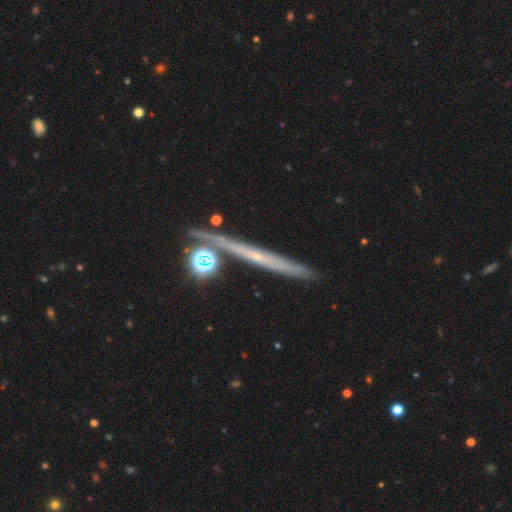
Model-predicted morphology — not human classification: A featured or disk galaxy (61%) viewed edge-on (93%) with no central bulge (71%). Merging: none (81%).